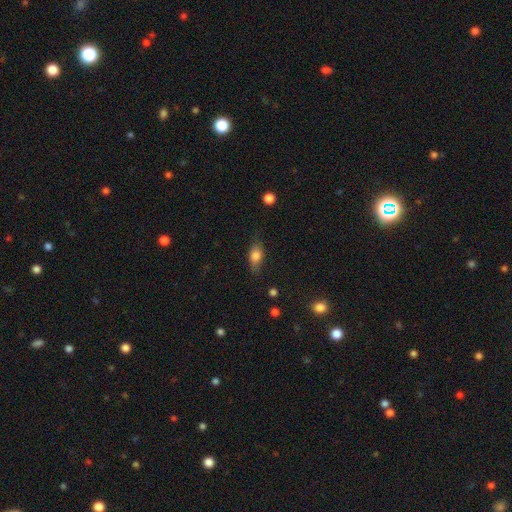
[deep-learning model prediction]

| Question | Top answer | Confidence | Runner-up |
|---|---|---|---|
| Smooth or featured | smooth | 76% | featured or disk (15%) |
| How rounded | in between | 79% | cigar-shaped (11%) |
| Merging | none | 74% | minor disturbance (20%) |